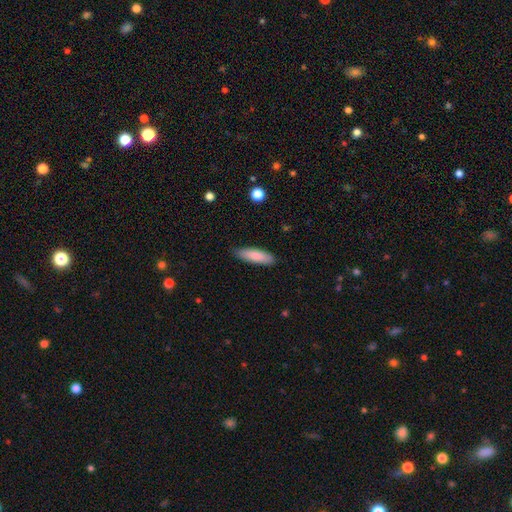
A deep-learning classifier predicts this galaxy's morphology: This appears to be a smooth galaxy with no disk features (83%) that is cigar-shaped (54%). Merging: none (84%).